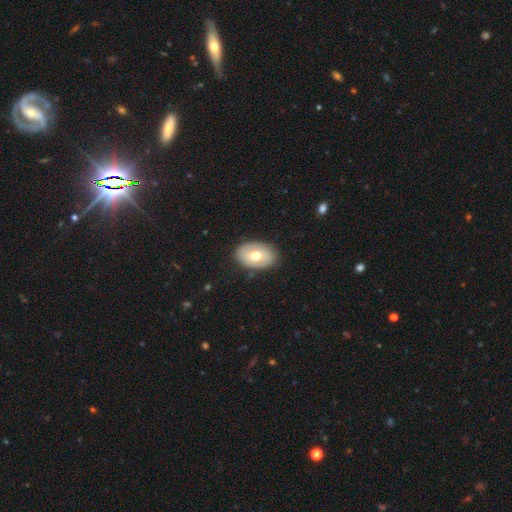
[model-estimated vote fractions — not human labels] Morphology: type=smooth (63%); roundness=in between (83%); merging=none (85%).